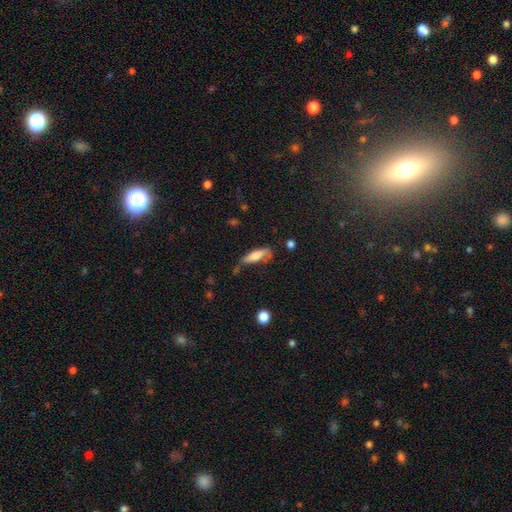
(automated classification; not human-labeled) Smooth or featured? Predicted: smooth (p=0.67). How rounded? Predicted: cigar-shaped (p=0.51). Merging? Predicted: none (p=0.44).